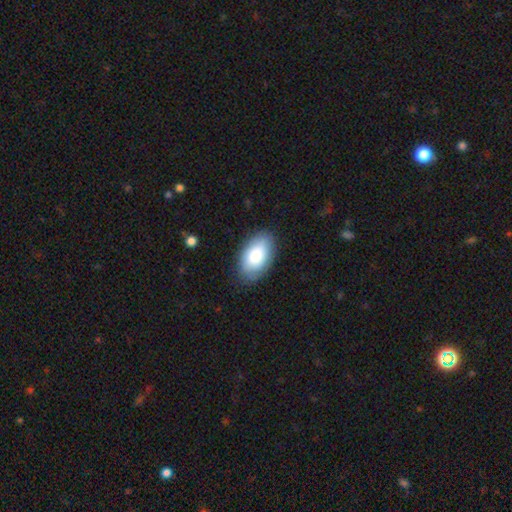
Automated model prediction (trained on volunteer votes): Morphology: type=smooth (83%); roundness=in between (94%); merging=none (84%).